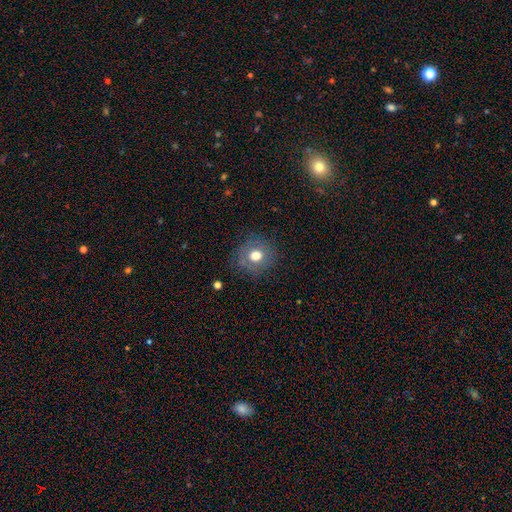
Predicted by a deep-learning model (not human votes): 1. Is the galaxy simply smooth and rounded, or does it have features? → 68% smooth, 21% featured or disk, 11% star or artifact.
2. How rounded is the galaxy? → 86% round, 14% in between, 1% cigar-shaped.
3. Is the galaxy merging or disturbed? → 82% none, 12% minor disturbance, 5% major disturbance, 1% merger.